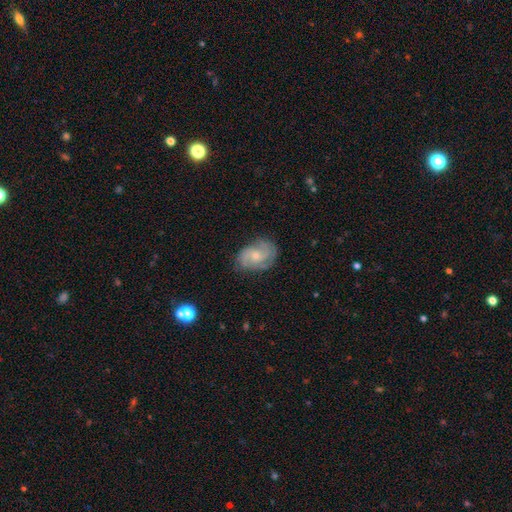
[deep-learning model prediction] A featured or disk galaxy (69%) with no bar (68%), 2 (49%) medium (46%) spiral arms (91%) and a small central bulge (52%).

Vote fractions:
- Smooth or featured? featured or disk: 69% / smooth: 24% / star or artifact: 7%
- Edge-on disk? no: 97% / yes: 3%
- Bar? no: 68% / weak: 28% / strong: 4%
- Spiral arms? yes: 91% / no: 9%
- Spiral winding? medium: 46% / tight: 37% / loose: 17%
- Spiral arm count? 2: 49% / 3: 21% / can't tell: 20% / 4: 4% / 1: 4% / more than 4: 3%
- Bulge size? small: 52% / moderate: 42% / none: 3% / large: 2% / dominant: 1%
- Merging? none: 72% / minor disturbance: 20% / major disturbance: 6% / merger: 1%